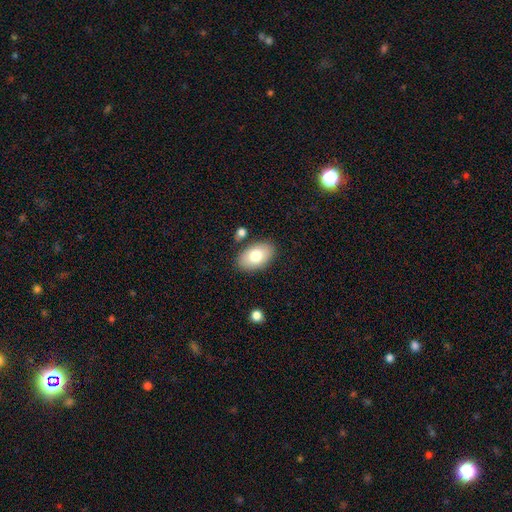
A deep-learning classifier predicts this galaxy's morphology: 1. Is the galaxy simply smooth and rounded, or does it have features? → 77% smooth, 16% featured or disk, 7% star or artifact.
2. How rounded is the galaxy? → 92% in between, 6% round, 1% cigar-shaped.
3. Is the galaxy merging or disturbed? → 83% none, 10% minor disturbance, 4% merger, 2% major disturbance.